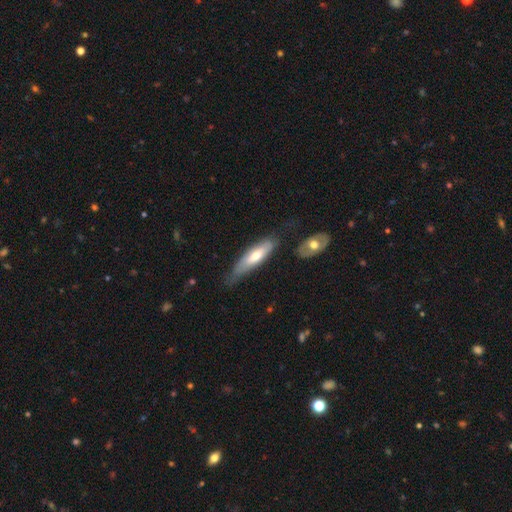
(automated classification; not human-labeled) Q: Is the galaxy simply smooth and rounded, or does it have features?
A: smooth — 52%.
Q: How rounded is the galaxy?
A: cigar-shaped — 60%.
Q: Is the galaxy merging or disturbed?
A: none — 57%.